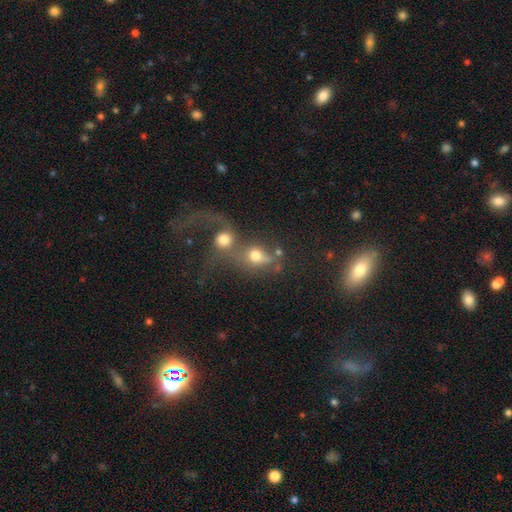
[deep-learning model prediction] The model was most divided on "smooth or featured": smooth: 56%, featured or disk: 30%, star or artifact: 14%. More confident: merging — merger (72%); how rounded — round (62%).